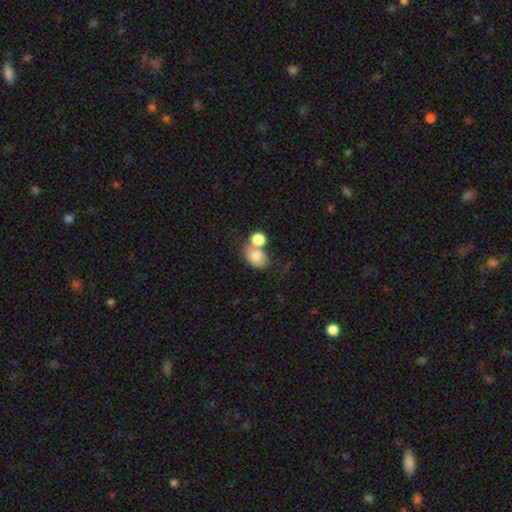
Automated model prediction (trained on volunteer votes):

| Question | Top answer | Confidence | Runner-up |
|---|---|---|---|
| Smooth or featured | smooth | 77% | featured or disk (13%) |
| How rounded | in between | 59% | round (40%) |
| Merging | merger | 47% | none (34%) |